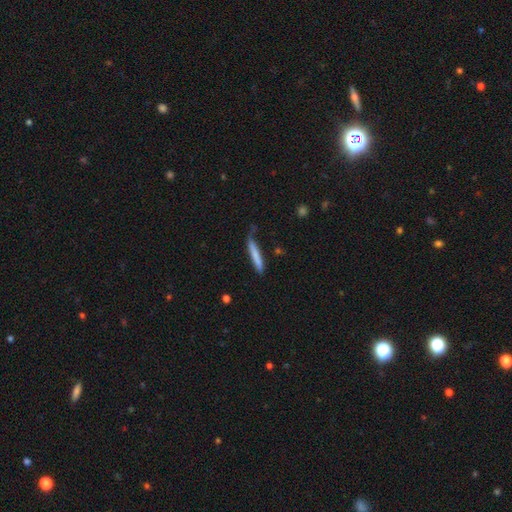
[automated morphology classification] Smooth or featured?
  - smooth: 73% *
  - featured or disk: 21%
  - star or artifact: 6%
How rounded?
  - cigar-shaped: 94% *
  - in between: 5%
  - round: 1%
Merging?
  - none: 57% *
  - minor disturbance: 29%
  - major disturbance: 11%
  - merger: 4%